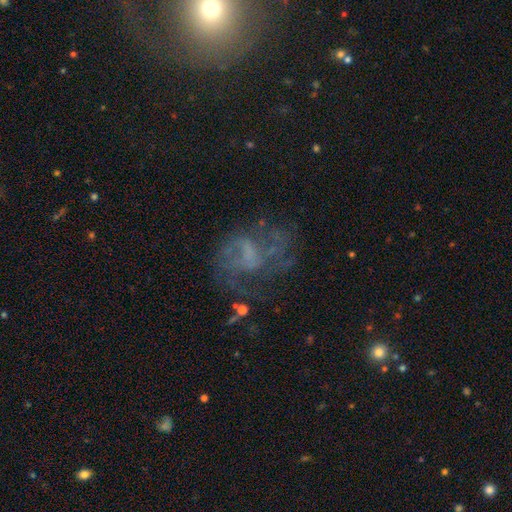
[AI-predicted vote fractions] This is possibly a featured or disk galaxy (55%). It is clearly not viewed edge-on (96%). Bar: possibly no (50%). Spiral arm pattern: likely yes (61%). Central bulge: possibly none (55%). Merging: possibly none (50%).